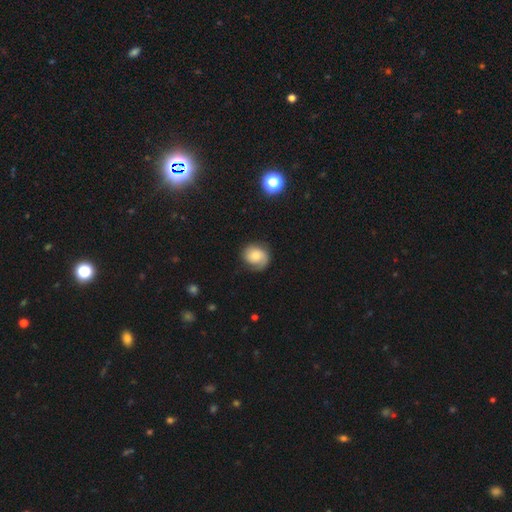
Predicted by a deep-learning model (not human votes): smooth_or_featured: smooth (p=0.47) [alt: featured or disk p=0.44]
merging: none (p=0.69) [alt: minor disturbance p=0.20]